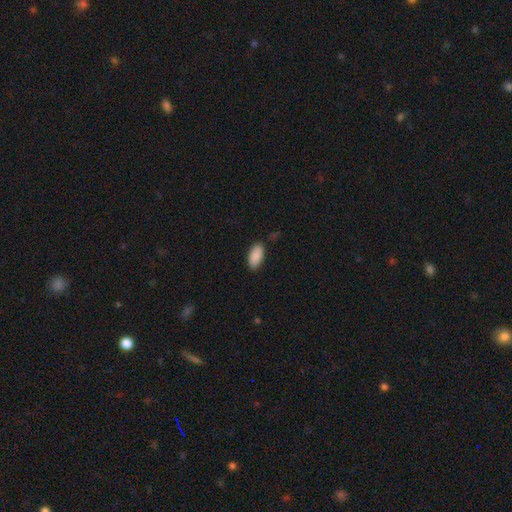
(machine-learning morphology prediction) Q: Smooth or featured?
A: smooth (90%); runner-up: star or artifact (6%)
Q: How rounded?
A: in between (93%); runner-up: cigar-shaped (5%)
Q: Merging?
A: none (85%); runner-up: minor disturbance (11%)